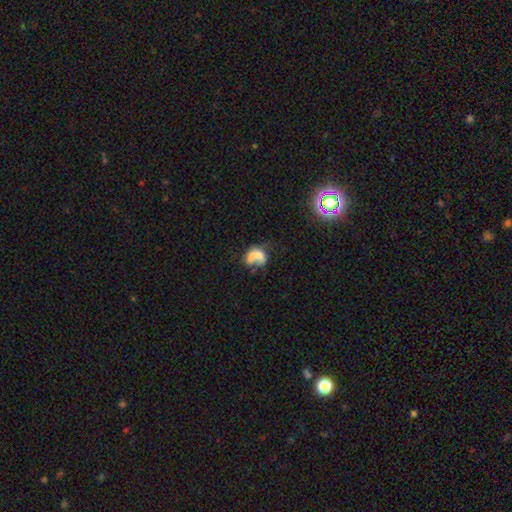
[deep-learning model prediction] smooth-or-featured: smooth: 55% | featured or disk: 33% | star or artifact: 12%
  how-rounded: in between: 67% | round: 31% | cigar-shaped: 2%
  merging: merger: 42% | major disturbance: 22% | none: 22% | minor disturbance: 15%